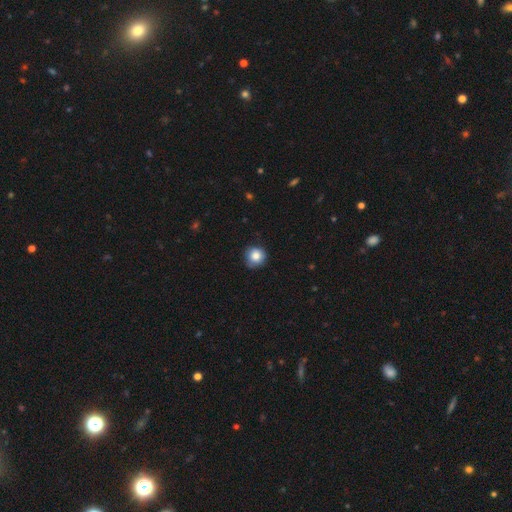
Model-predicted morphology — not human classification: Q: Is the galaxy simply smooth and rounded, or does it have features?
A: smooth — 83%.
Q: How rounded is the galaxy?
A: round — 93%.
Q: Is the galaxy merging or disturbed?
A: none — 79%.